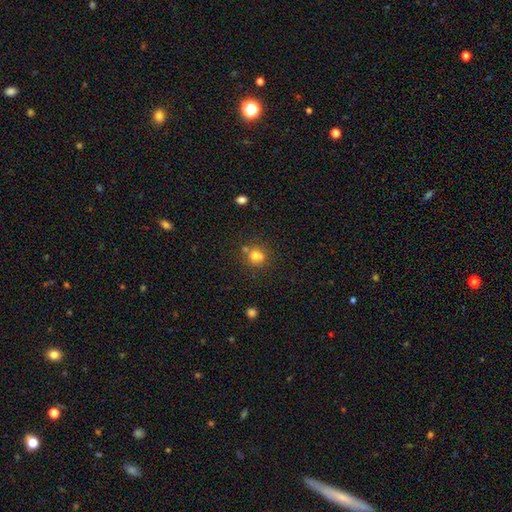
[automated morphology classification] type=smooth (73%); roundness=round (85%); merging=none (59%).